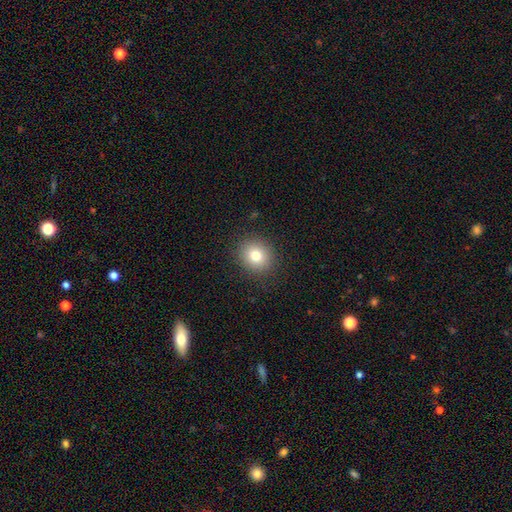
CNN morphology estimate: A smooth galaxy with no disk features (79%) that is round (78%).

Vote fractions:
- Smooth or featured? smooth: 79% / star or artifact: 12% / featured or disk: 9%
- How rounded? round: 78% / in between: 21% / cigar-shaped: 1%
- Merging? none: 89% / minor disturbance: 7% / major disturbance: 3% / merger: 1%